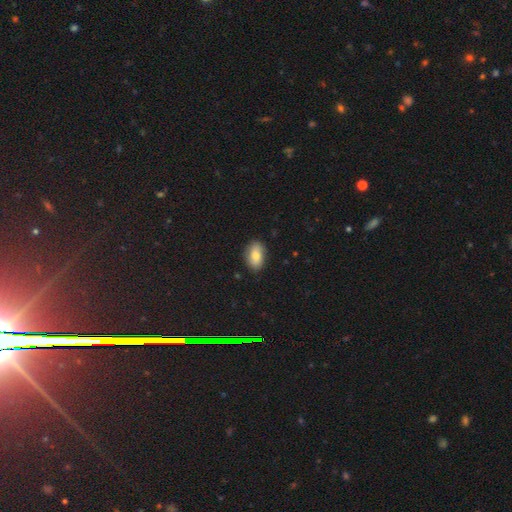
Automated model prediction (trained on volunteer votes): smooth 78%, featured or disk 14%, star or artifact 8%. Down the decision tree: how rounded — in between (88%); merging — none (85%).